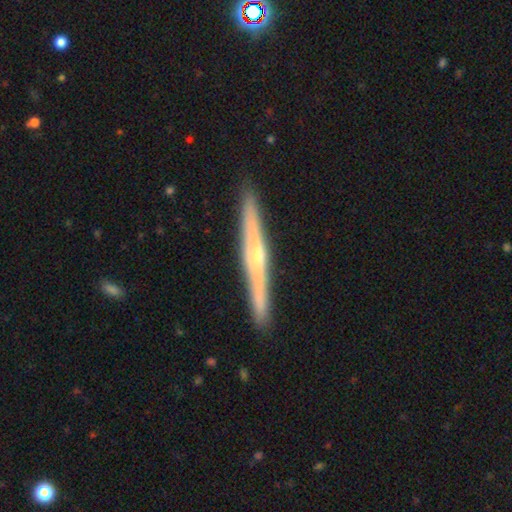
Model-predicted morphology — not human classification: Smooth or featured?
  - featured or disk: 73% *
  - smooth: 22%
  - star or artifact: 5%
Edge-on disk?
  - yes: 98% *
  - no: 2%
Edge-on bulge?
  - rounded: 76% *
  - none: 18%
  - boxy: 6%
Merging?
  - none: 91% *
  - minor disturbance: 6%
  - major disturbance: 1%
  - merger: 1%